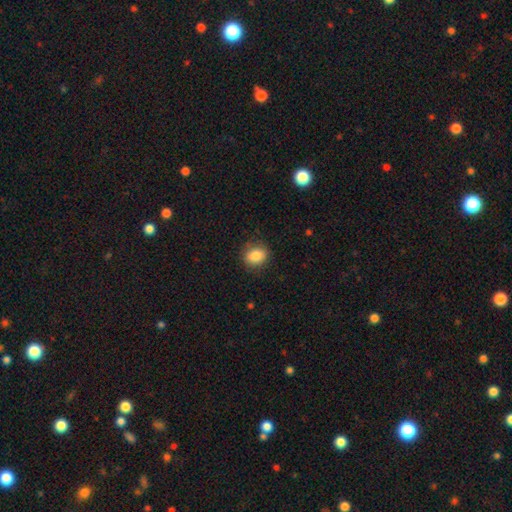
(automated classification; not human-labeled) smooth_or_featured: smooth (p=0.85) [alt: star or artifact p=0.09]
how_rounded: round (p=0.56) [alt: in between p=0.43]
merging: none (p=0.86) [alt: minor disturbance p=0.10]